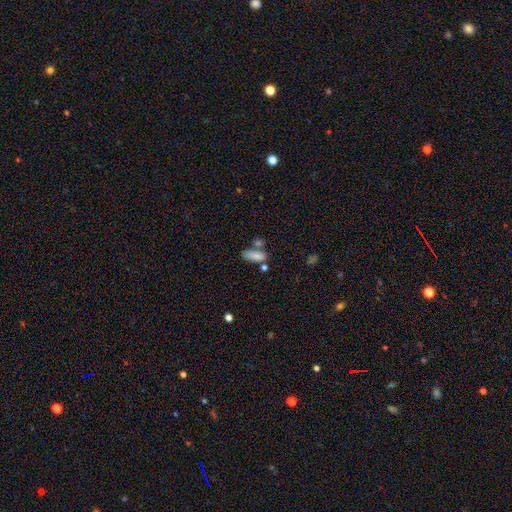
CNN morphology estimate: Smooth or featured: smooth — 83% (featured or disk — 9%)
How rounded: in between — 74% (cigar-shaped — 23%)
Merging: none — 53% (merger — 22%)